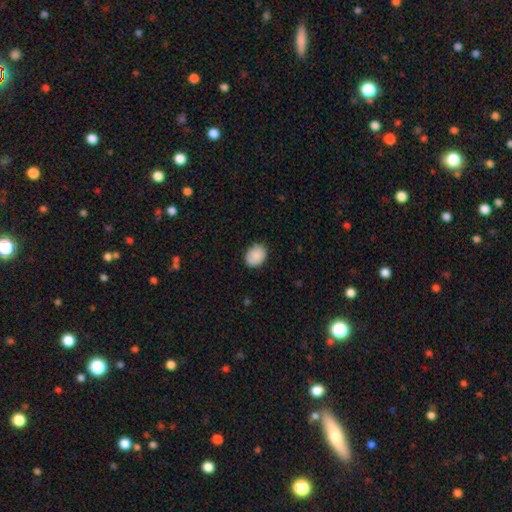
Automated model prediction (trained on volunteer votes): smooth_or_featured: smooth (p=0.90) [alt: star or artifact p=0.07]
how_rounded: in between (p=0.57) [alt: round p=0.42]
merging: none (p=0.85) [alt: minor disturbance p=0.12]